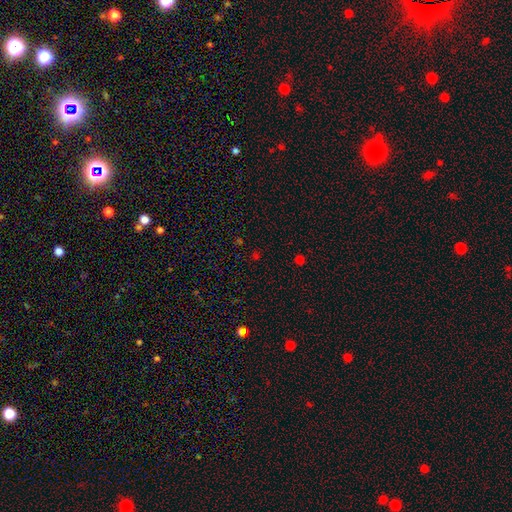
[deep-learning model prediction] Q: Smooth or featured?
A: star or artifact (52%); runner-up: smooth (41%)